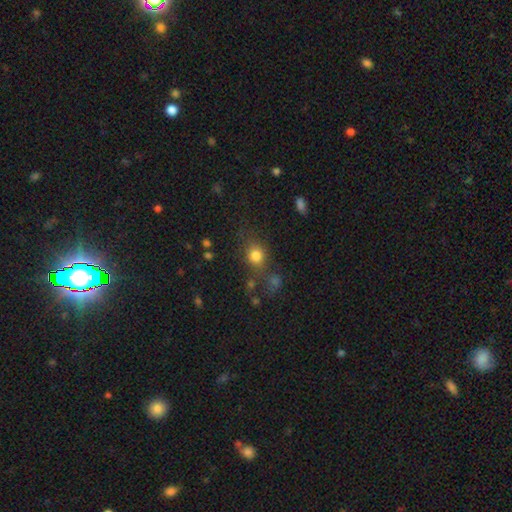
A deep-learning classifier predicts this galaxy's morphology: Smooth or featured? Predicted: smooth (p=0.79). How rounded? Predicted: round (p=0.73). Merging? Predicted: none (p=0.64).